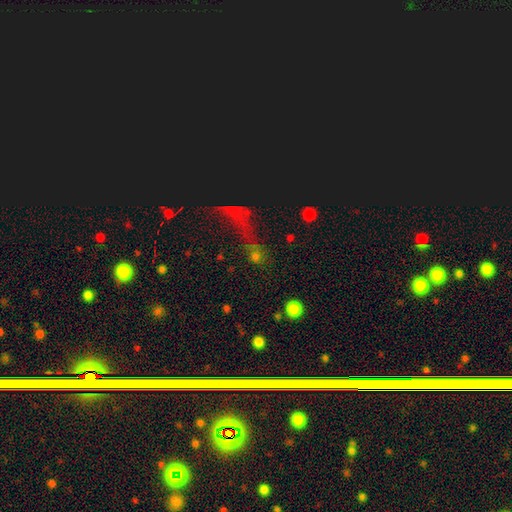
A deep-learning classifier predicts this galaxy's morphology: This is possibly a smooth galaxy (51%). How rounded: likely round (73%). Merging: possibly none (51%).